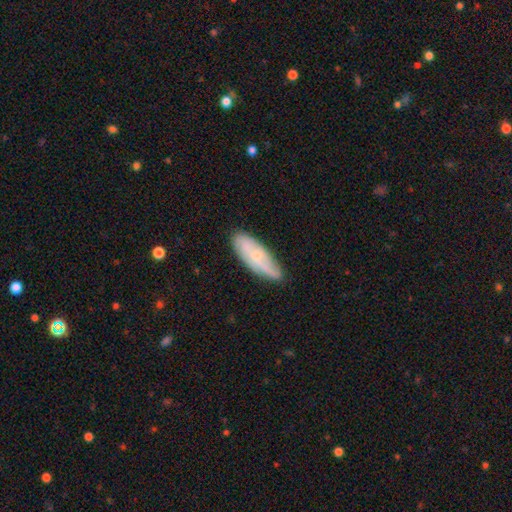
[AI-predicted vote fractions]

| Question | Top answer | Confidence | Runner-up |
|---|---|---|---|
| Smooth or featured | featured or disk | 49% | smooth (44%) |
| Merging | none | 70% | minor disturbance (24%) |